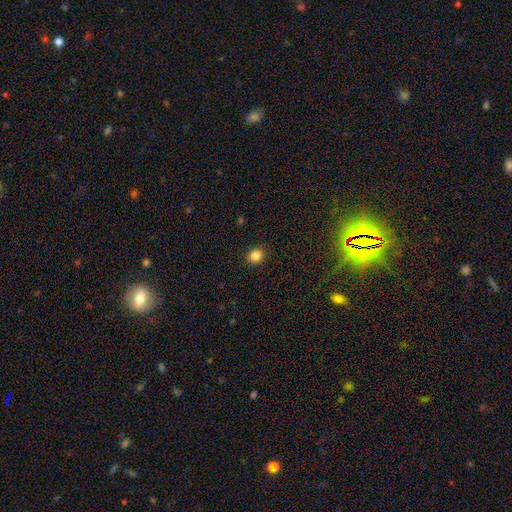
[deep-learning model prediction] Q: Smooth or featured?
A: smooth (85%); runner-up: star or artifact (11%)
Q: How rounded?
A: round (74%); runner-up: in between (25%)
Q: Merging?
A: none (89%); runner-up: minor disturbance (7%)